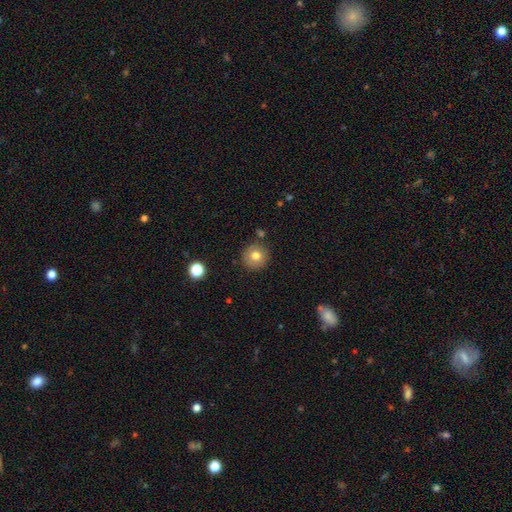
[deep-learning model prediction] smooth_or_featured: smooth (p=0.77) [alt: featured or disk p=0.12]
how_rounded: round (p=0.94) [alt: in between p=0.05]
merging: none (p=0.86) [alt: minor disturbance p=0.08]